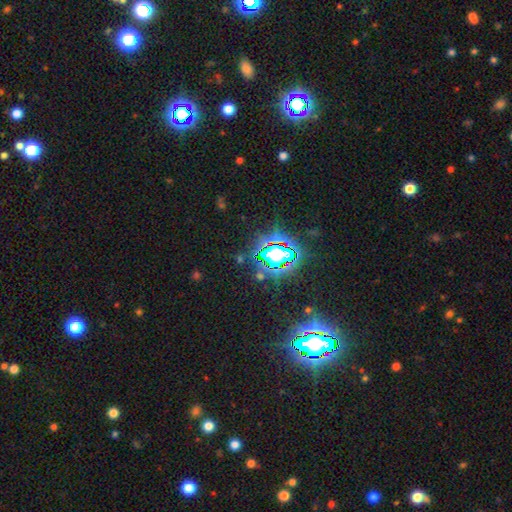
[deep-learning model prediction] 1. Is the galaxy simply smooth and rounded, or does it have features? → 82% star or artifact, 11% smooth, 7% featured or disk.